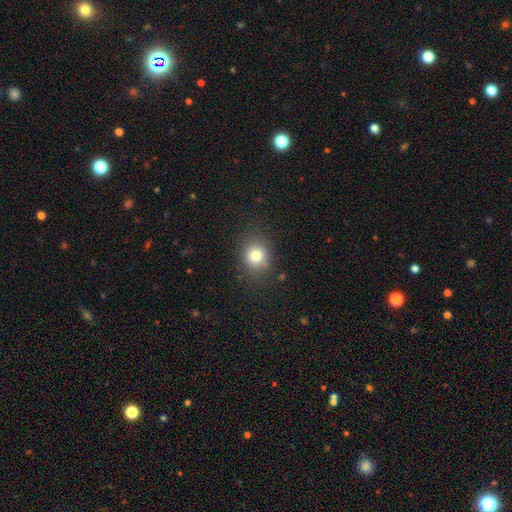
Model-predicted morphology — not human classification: Overall: smooth (79%). How rounded: round (75%). Merging: none (84%).